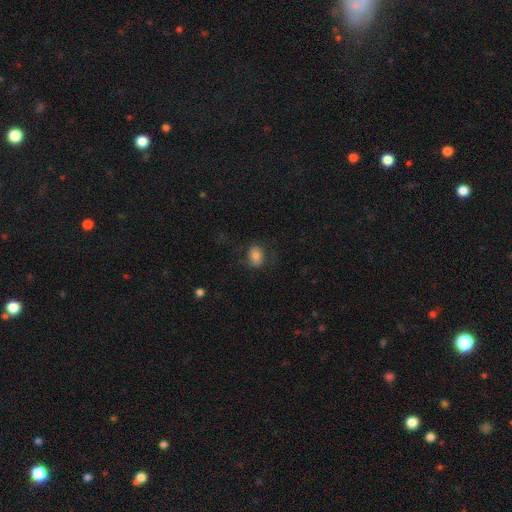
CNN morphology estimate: This appears to be a smooth galaxy with no disk features (74%) that is in between round and cigar-shaped (64%). Merging: none (73%).